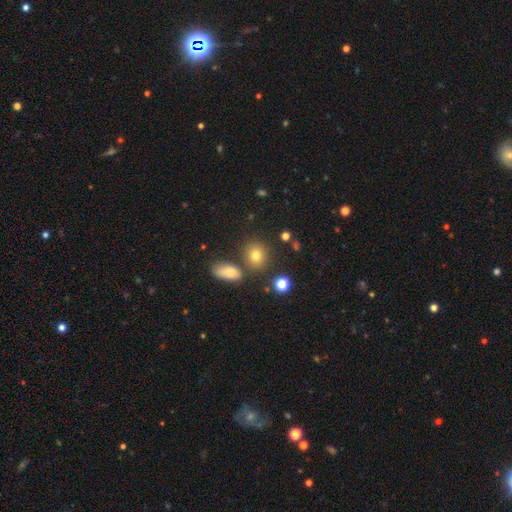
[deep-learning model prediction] This appears to be a smooth galaxy with no disk features (77%) that is round (67%). Merging: none (75%).